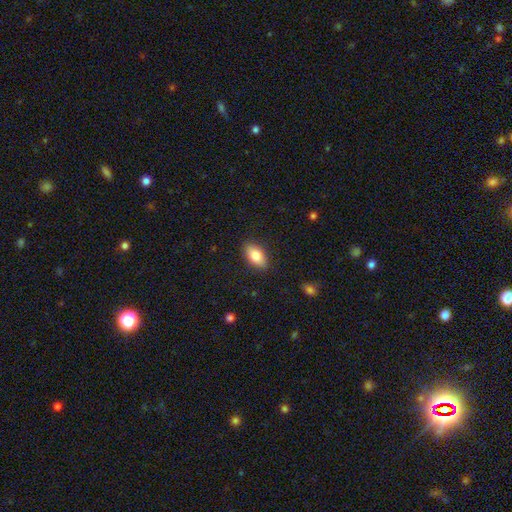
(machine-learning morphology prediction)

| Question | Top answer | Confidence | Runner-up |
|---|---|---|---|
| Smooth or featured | smooth | 82% | featured or disk (11%) |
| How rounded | in between | 90% | round (5%) |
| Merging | none | 88% | minor disturbance (9%) |